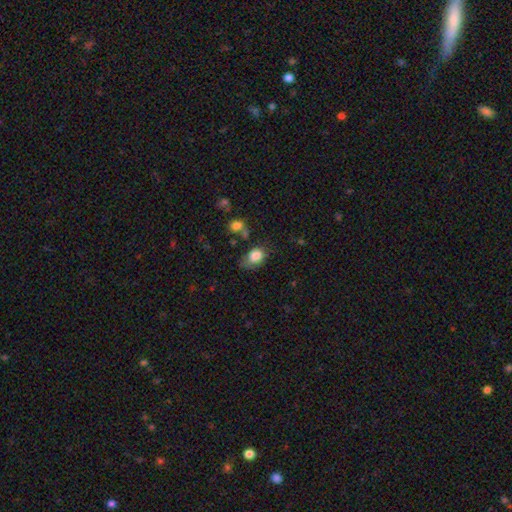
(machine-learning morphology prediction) This is clearly a smooth galaxy (83%). How rounded: likely in between (63%). Merging: marginally none (40%).